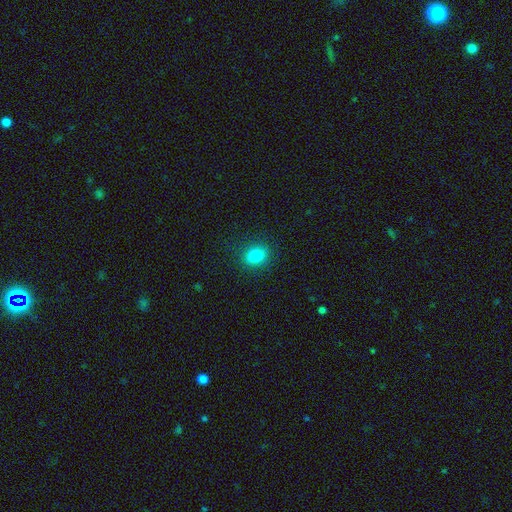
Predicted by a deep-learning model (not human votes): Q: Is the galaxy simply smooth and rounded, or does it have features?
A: smooth — 83%.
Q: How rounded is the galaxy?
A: in between — 55%.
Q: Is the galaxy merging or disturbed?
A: none — 88%.